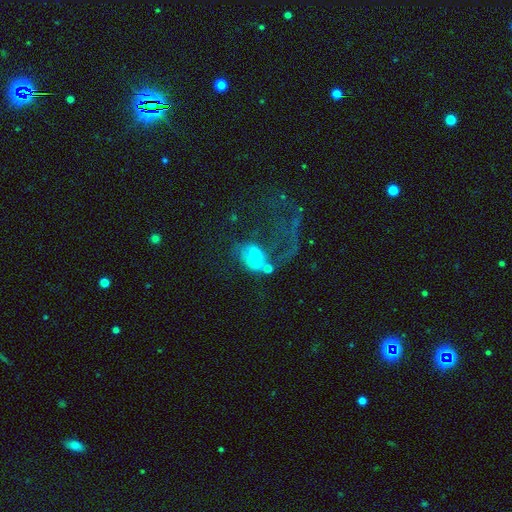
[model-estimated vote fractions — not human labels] Overall: featured or disk (49%; smooth 38%). Merging: major disturbance (48%; merger 24%).